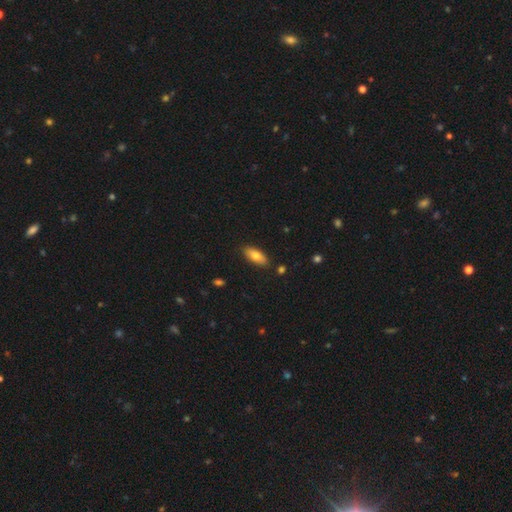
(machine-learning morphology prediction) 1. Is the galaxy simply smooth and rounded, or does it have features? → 77% smooth, 16% featured or disk, 7% star or artifact.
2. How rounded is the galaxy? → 79% in between, 19% cigar-shaped, 2% round.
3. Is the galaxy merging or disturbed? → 86% none, 10% minor disturbance, 2% major disturbance, 2% merger.